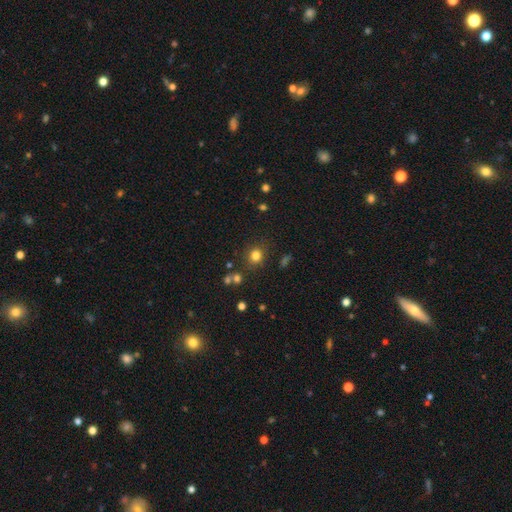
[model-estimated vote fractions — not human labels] This appears to be a smooth galaxy with no disk features (79%) that is round (80%). Merging: none (82%).